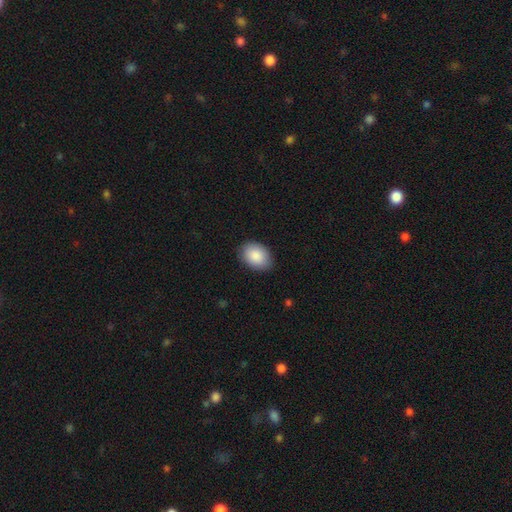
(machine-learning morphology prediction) type=smooth (89%); roundness=in between (82%); merging=none (86%).